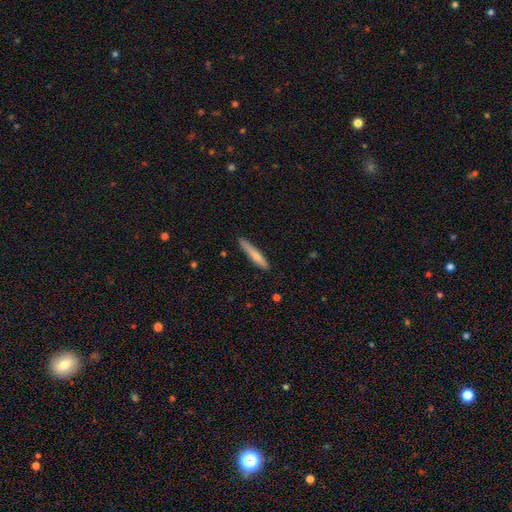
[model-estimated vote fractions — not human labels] This appears to be a smooth galaxy with no disk features (68%) that is cigar-shaped (93%). Merging: none (82%).